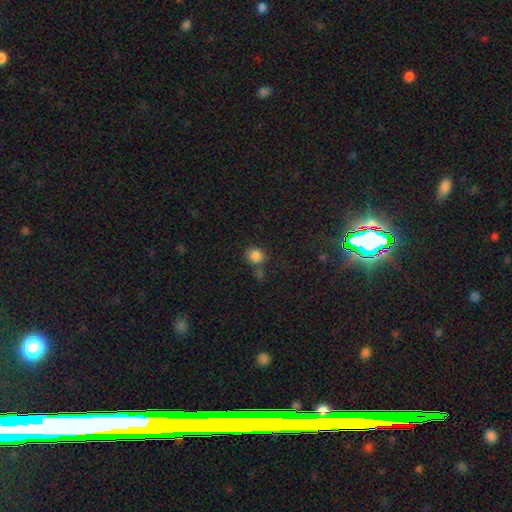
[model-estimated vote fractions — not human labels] smooth_or_featured: smooth (p=0.84) [alt: star or artifact p=0.11]
how_rounded: round (p=0.82) [alt: in between p=0.17]
merging: none (p=0.67) [alt: merger p=0.15]